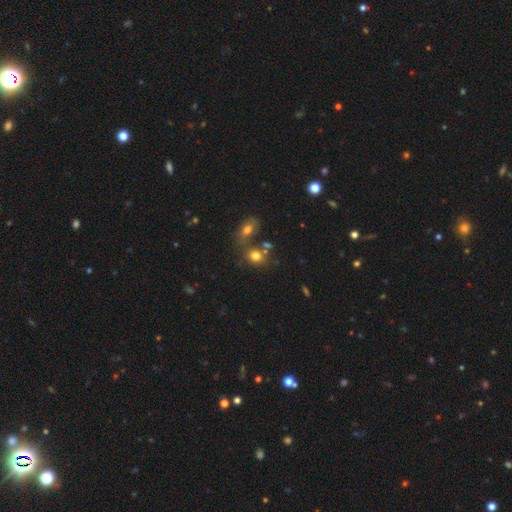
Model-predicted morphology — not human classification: Smooth or featured? smooth (77%)
How rounded? round (60%)
Merging? none (47%)